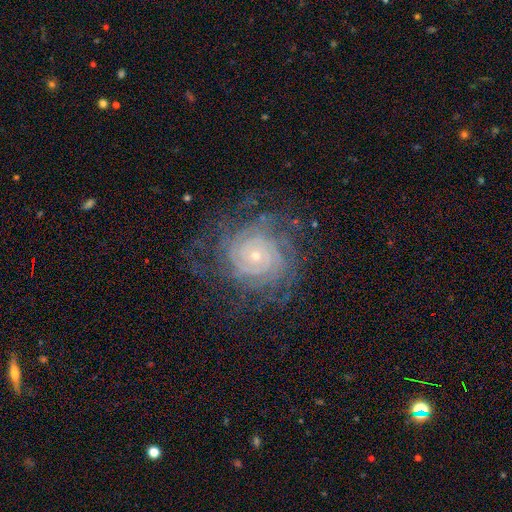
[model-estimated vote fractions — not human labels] Smooth or featured? Predicted: featured or disk (p=0.88). Edge-on disk? Predicted: no (p=0.97). Bar? Predicted: no (p=0.78). Spiral arms? Predicted: yes (p=0.98). Spiral winding? Predicted: tight (p=0.85). Spiral arm count? Predicted: can't tell (p=0.24). Bulge size? Predicted: small (p=0.78). Merging? Predicted: none (p=0.76).